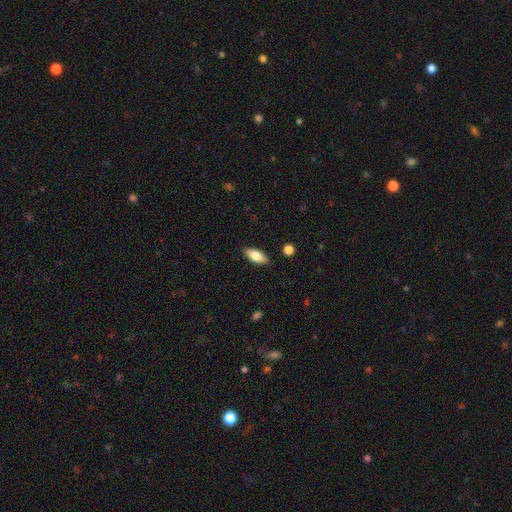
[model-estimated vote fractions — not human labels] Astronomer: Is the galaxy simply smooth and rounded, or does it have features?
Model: smooth — 76%.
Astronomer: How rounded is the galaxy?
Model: in between — 81%.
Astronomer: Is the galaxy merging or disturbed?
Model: none — 87%.